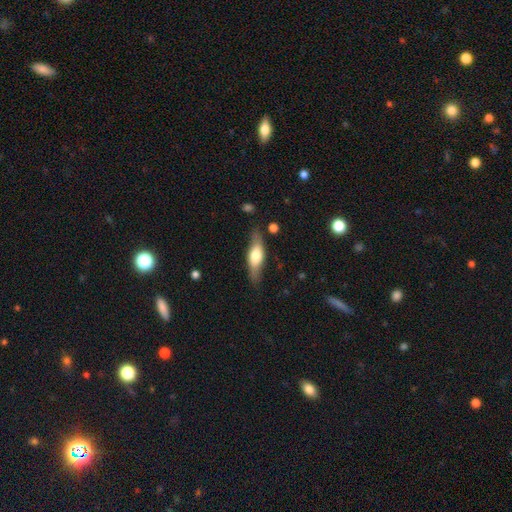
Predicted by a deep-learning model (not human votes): Smooth or featured? Predicted: smooth (p=0.53). How rounded? Predicted: in between (p=0.52). Merging? Predicted: none (p=0.78).